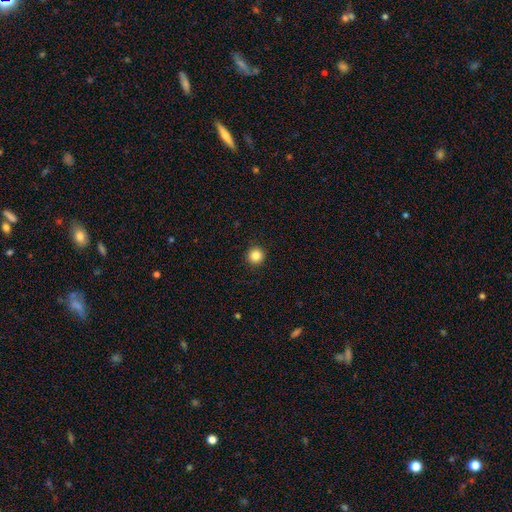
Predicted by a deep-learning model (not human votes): Smooth or featured: smooth — 85% (star or artifact — 11%)
How rounded: round — 96% (in between — 3%)
Merging: none — 93% (minor disturbance — 4%)